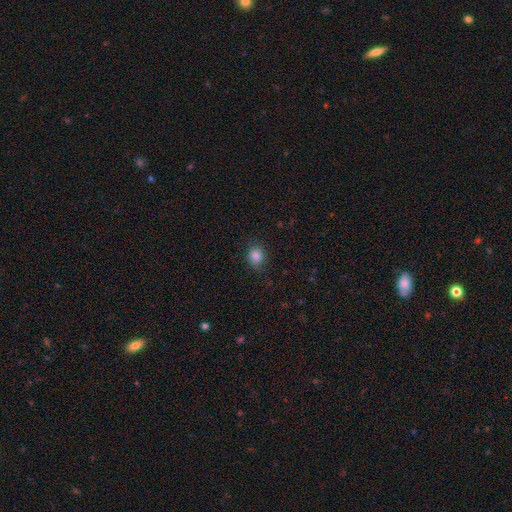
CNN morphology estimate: Smooth or featured? Predicted: smooth (p=0.85). How rounded? Predicted: round (p=0.71). Merging? Predicted: none (p=0.82).